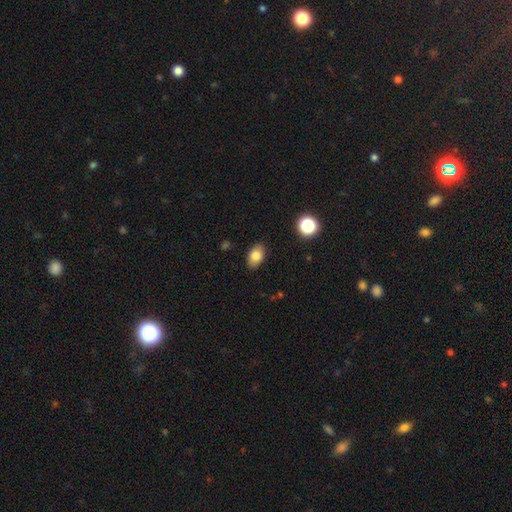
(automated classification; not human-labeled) Overall: smooth (82%). How rounded: in between (88%). Merging: none (86%).